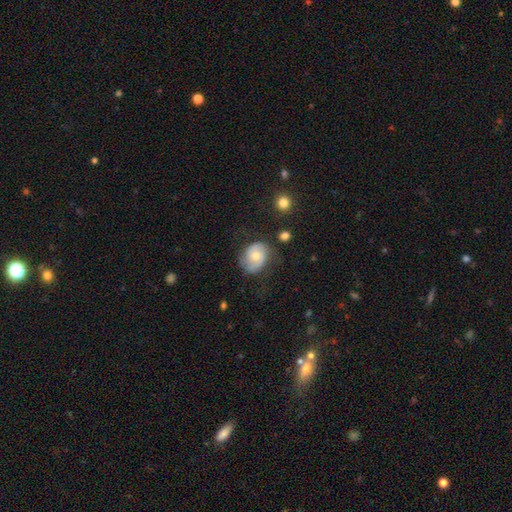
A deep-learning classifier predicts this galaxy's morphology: This is possibly a featured or disk galaxy (50%). Merging: likely none (61%).